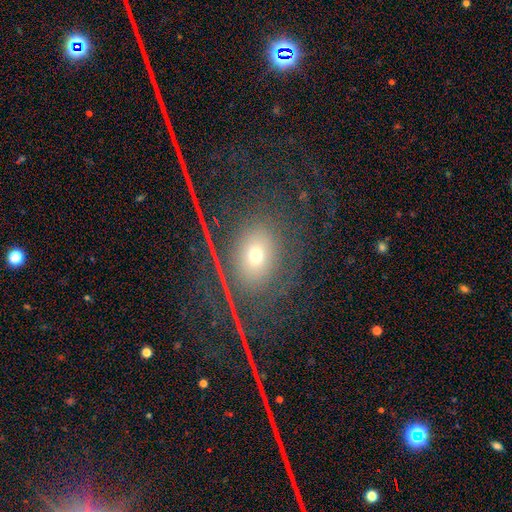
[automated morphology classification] A smooth galaxy with no disk features (50%) that is round (52%). Merging: none (78%).